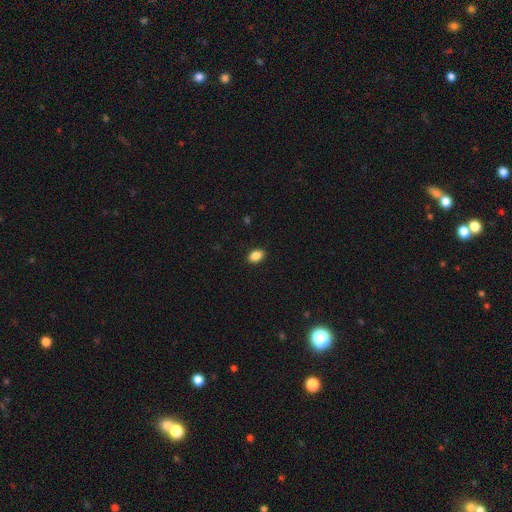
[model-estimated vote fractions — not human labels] smooth-or-featured: smooth: 87% | star or artifact: 8% | featured or disk: 5%
  how-rounded: in between: 85% | round: 14% | cigar-shaped: 2%
  merging: none: 90% | minor disturbance: 8% | major disturbance: 2% | merger: 1%